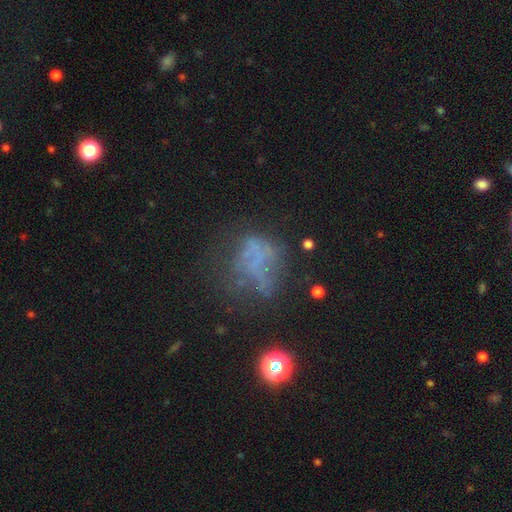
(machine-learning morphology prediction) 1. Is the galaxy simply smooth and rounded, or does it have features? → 43% featured or disk, 29% smooth, 28% star or artifact.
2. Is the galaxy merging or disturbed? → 43% none, 31% major disturbance, 21% minor disturbance, 6% merger.